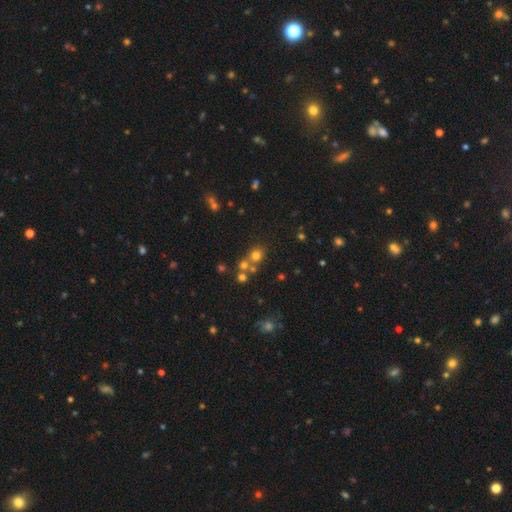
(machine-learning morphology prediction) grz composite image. It shows a smooth galaxy with no disk features (65%) that is round (81%). Merging: none (59%).